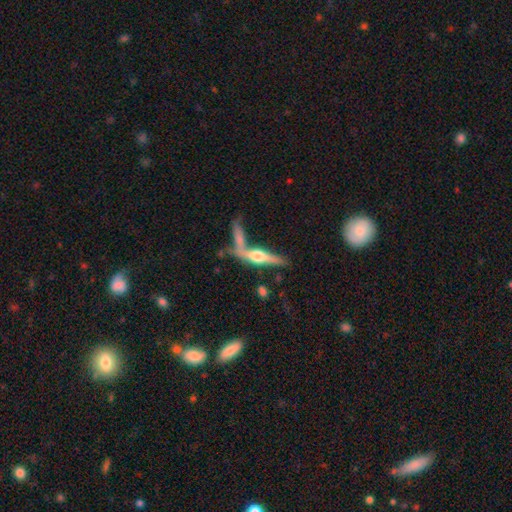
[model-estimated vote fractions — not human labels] A featured or disk galaxy (75%) viewed edge-on (93%) with a rounded central bulge (93%). Merging: none (52%).